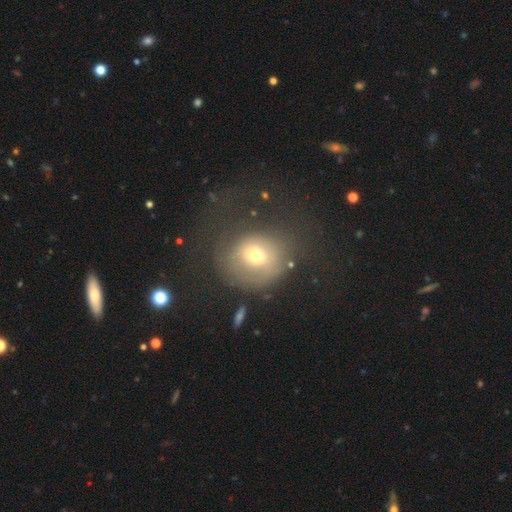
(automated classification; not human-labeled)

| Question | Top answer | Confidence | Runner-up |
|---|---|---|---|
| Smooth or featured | smooth | 63% | featured or disk (25%) |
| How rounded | round | 74% | in between (25%) |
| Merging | none | 42% | major disturbance (36%) |